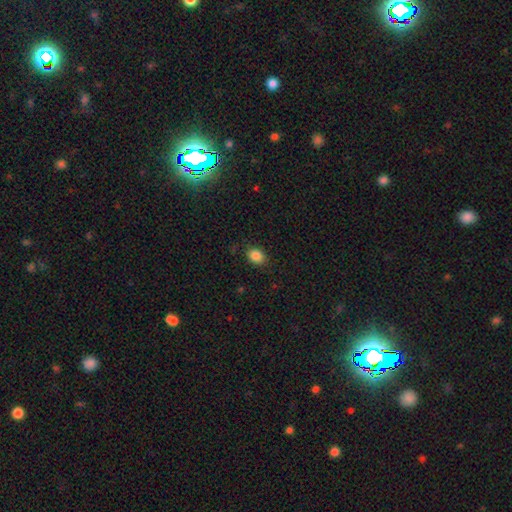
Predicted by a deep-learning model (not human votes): Morphology: type=smooth (85%); roundness=in between (65%); merging=none (85%).